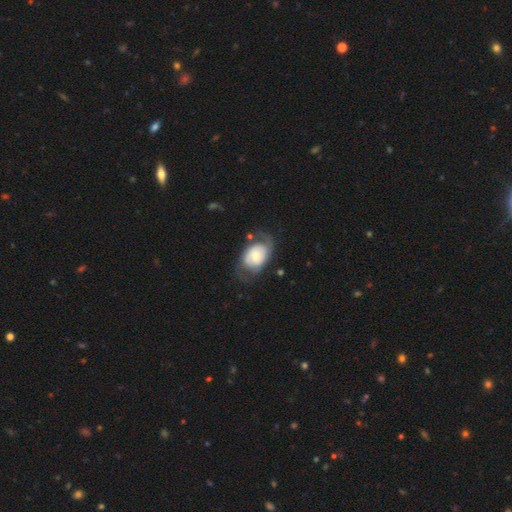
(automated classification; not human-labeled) This is likely a featured or disk galaxy (62%). It is clearly not viewed edge-on (96%). Bar: possibly no (60%). Spiral arm pattern: likely yes (80%). Central bulge: marginally moderate (44%). Merging: possibly none (51%).